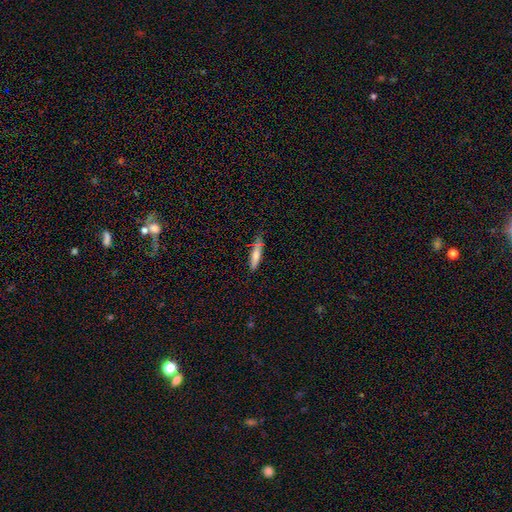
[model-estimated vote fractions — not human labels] A smooth galaxy with no disk features (72%) that is cigar-shaped (74%).

Vote fractions:
- Smooth or featured? smooth: 72% / featured or disk: 21% / star or artifact: 7%
- How rounded? cigar-shaped: 74% / in between: 24% / round: 2%
- Merging? none: 72% / minor disturbance: 21% / major disturbance: 4% / merger: 3%